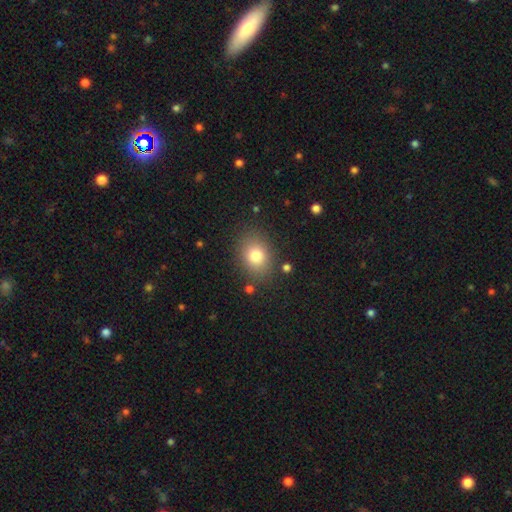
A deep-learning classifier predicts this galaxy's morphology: The model was most divided on "how rounded": in between: 58%, round: 41%, cigar-shaped: 1%. More confident: merging — none (83%); smooth or featured — smooth (79%).